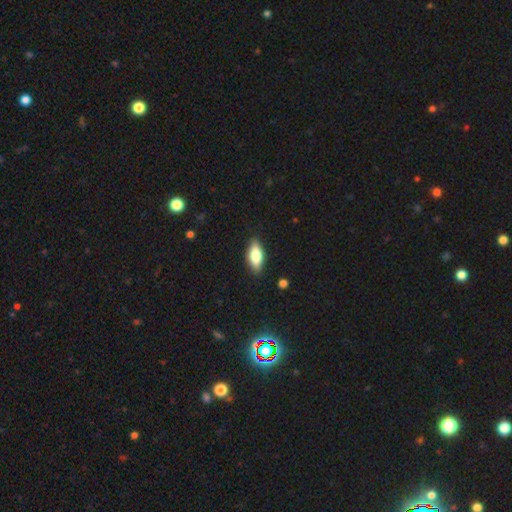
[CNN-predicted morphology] Q: Smooth or featured?
A: smooth (73%); runner-up: featured or disk (20%)
Q: How rounded?
A: in between (79%); runner-up: cigar-shaped (19%)
Q: Merging?
A: none (86%); runner-up: minor disturbance (10%)